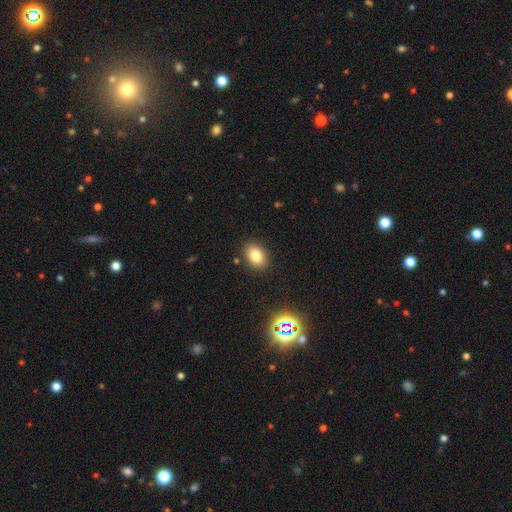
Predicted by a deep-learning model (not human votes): This appears to be a smooth galaxy with no disk features (80%) that is in between round and cigar-shaped (77%). Merging: none (87%).